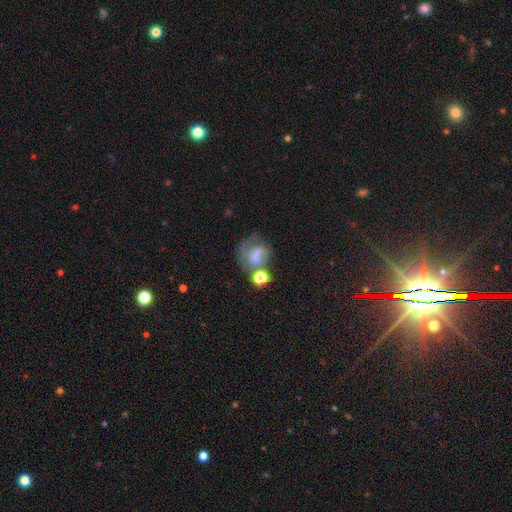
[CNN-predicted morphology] This appears to be a smooth galaxy with no disk features (48%). Merging: none (32%).